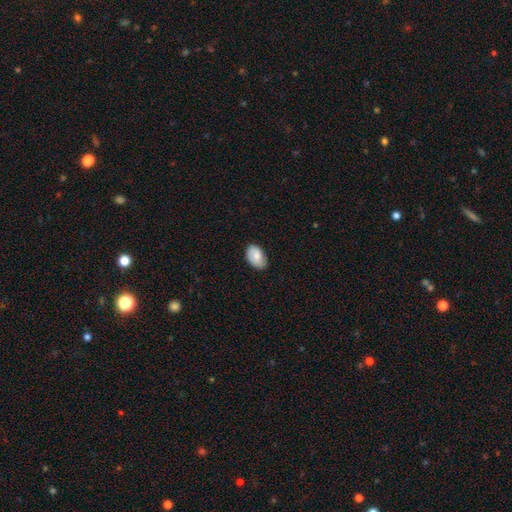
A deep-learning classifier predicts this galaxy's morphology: Smooth or featured? smooth (73%)
How rounded? in between (88%)
Merging? none (73%)